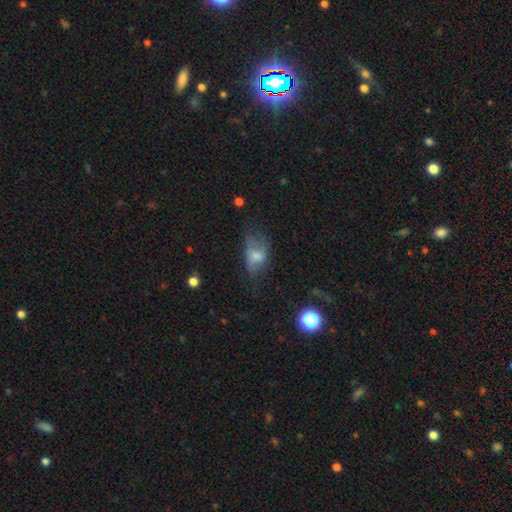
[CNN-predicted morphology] smooth_or_featured: smooth (p=0.57) [alt: featured or disk p=0.31]
how_rounded: in between (p=0.84) [alt: round p=0.13]
merging: none (p=0.35) [alt: major disturbance p=0.34]